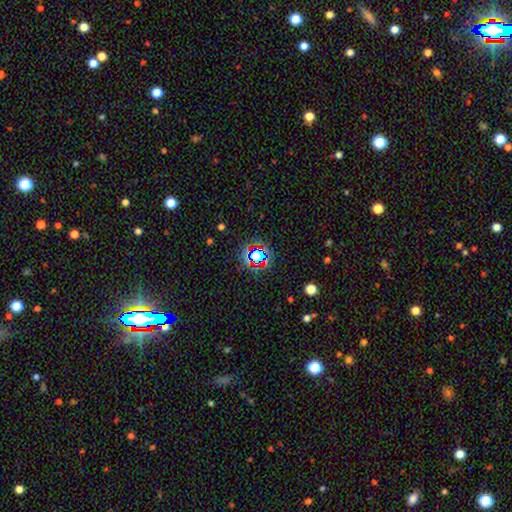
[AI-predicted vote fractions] smooth_or_featured: star or artifact (p=0.61) [alt: smooth p=0.28]